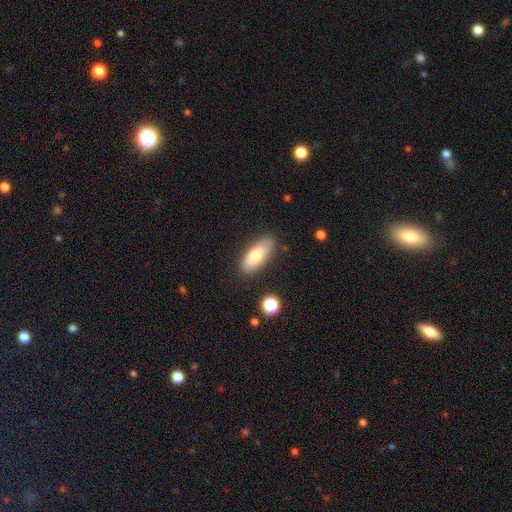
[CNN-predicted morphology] Smooth or featured?
  - smooth: 70% *
  - featured or disk: 23%
  - star or artifact: 7%
How rounded?
  - in between: 79% *
  - cigar-shaped: 18%
  - round: 3%
Merging?
  - none: 84% *
  - minor disturbance: 12%
  - major disturbance: 3%
  - merger: 2%